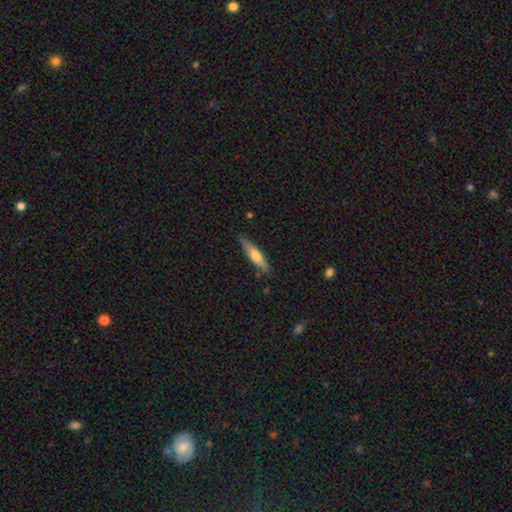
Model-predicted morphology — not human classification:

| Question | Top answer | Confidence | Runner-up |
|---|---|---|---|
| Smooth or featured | smooth | 58% | featured or disk (37%) |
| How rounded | cigar-shaped | 78% | in between (21%) |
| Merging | none | 84% | minor disturbance (12%) |